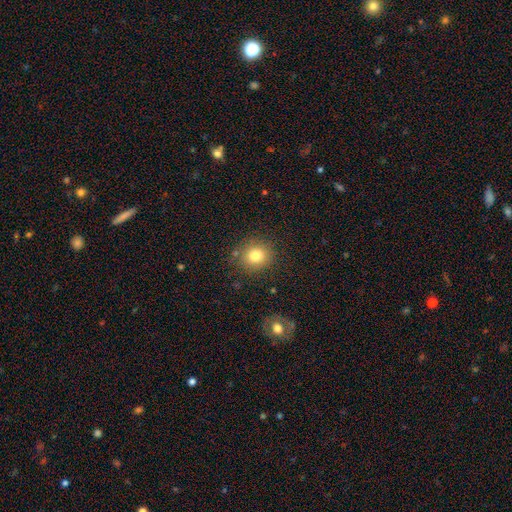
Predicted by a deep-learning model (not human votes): smooth-or-featured: smooth: 80% | star or artifact: 12% | featured or disk: 9%
  how-rounded: round: 85% | in between: 14% | cigar-shaped: 1%
  merging: none: 84% | minor disturbance: 10% | major disturbance: 3% | merger: 3%